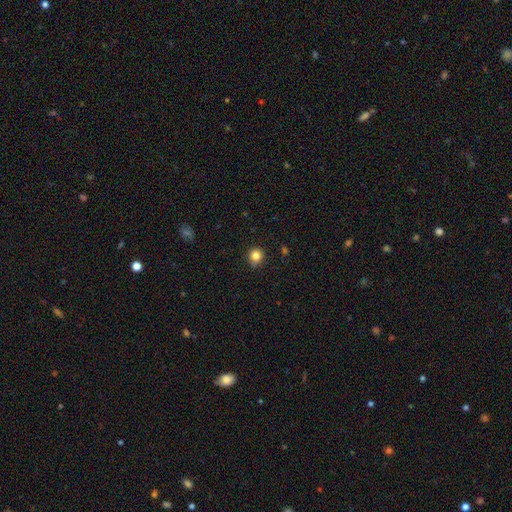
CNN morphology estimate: type=smooth (83%); roundness=round (91%); merging=none (87%).